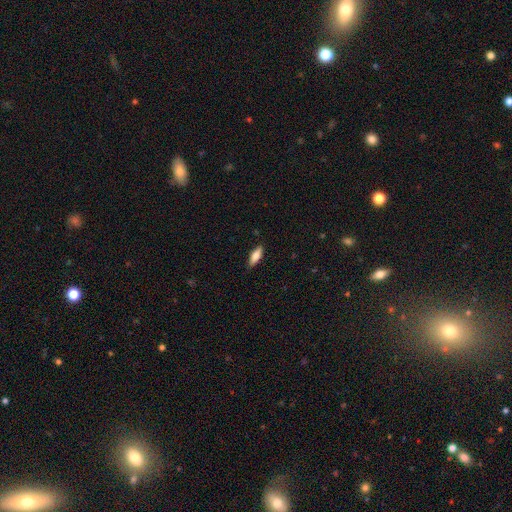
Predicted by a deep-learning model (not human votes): smooth-or-featured: smooth: 75% | featured or disk: 19% | star or artifact: 6%
  how-rounded: in between: 60% | cigar-shaped: 38% | round: 2%
  merging: none: 87% | minor disturbance: 10% | major disturbance: 2% | merger: 1%